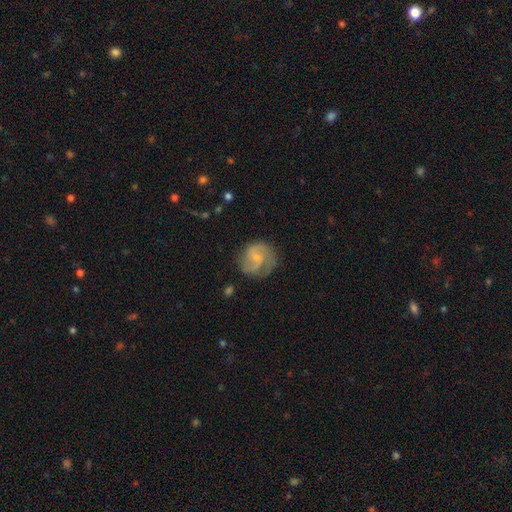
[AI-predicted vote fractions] A featured or disk galaxy (67%) with no bar (58%), 2 (70%) medium (46%) spiral arms (91%) and a small central bulge (61%). Merging: none (67%).